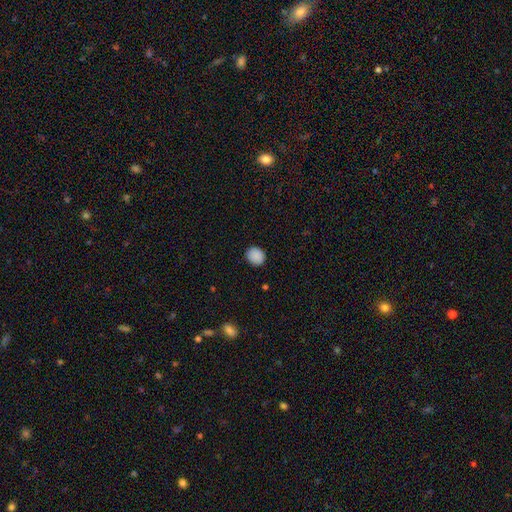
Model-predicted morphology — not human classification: This is clearly a smooth galaxy (89%). How rounded: likely round (69%). Merging: clearly none (88%).